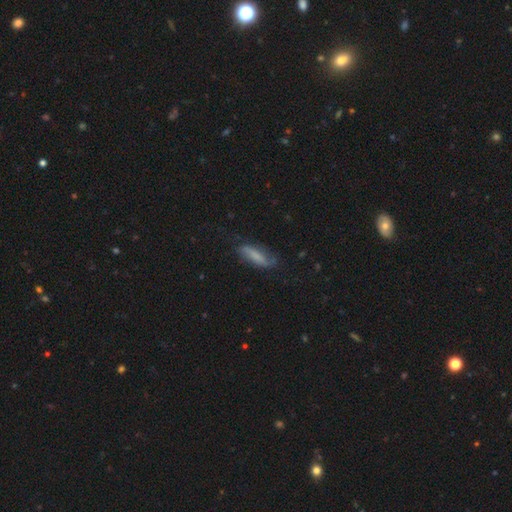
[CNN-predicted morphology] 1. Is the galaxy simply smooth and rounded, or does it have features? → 56% smooth, 35% featured or disk, 8% star or artifact.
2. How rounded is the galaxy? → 56% cigar-shaped, 42% in between, 3% round.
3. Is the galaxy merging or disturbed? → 65% none, 25% minor disturbance, 8% major disturbance, 2% merger.